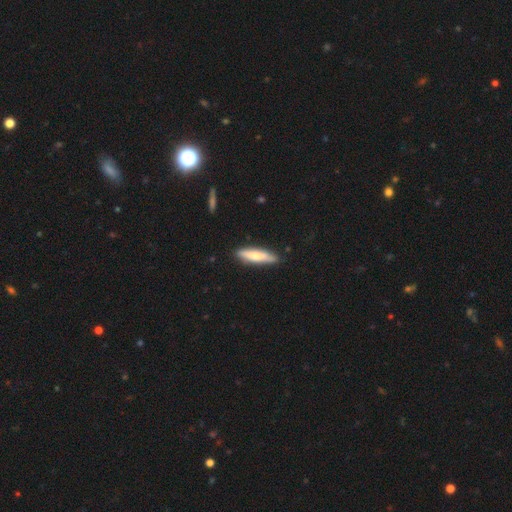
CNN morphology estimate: A smooth galaxy with no disk features (70%) that is cigar-shaped (79%).

Vote fractions:
- Smooth or featured? smooth: 70% / featured or disk: 24% / star or artifact: 5%
- How rounded? cigar-shaped: 79% / in between: 19% / round: 1%
- Merging? none: 85% / minor disturbance: 11% / major disturbance: 2% / merger: 1%